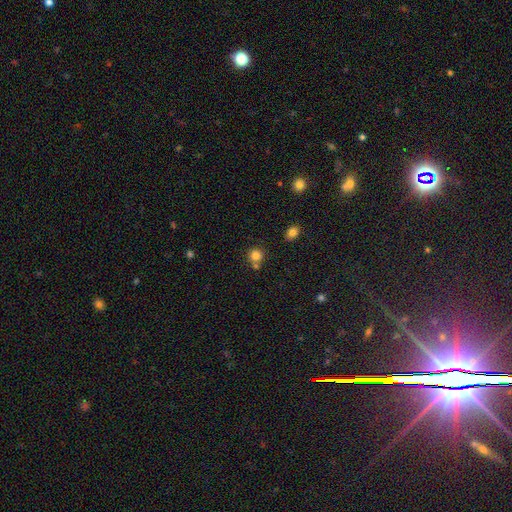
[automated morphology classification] Smooth or featured?
  - smooth: 82% *
  - star or artifact: 12%
  - featured or disk: 6%
How rounded?
  - round: 88% *
  - in between: 11%
  - cigar-shaped: 1%
Merging?
  - none: 64% *
  - merger: 23%
  - minor disturbance: 10%
  - major disturbance: 3%